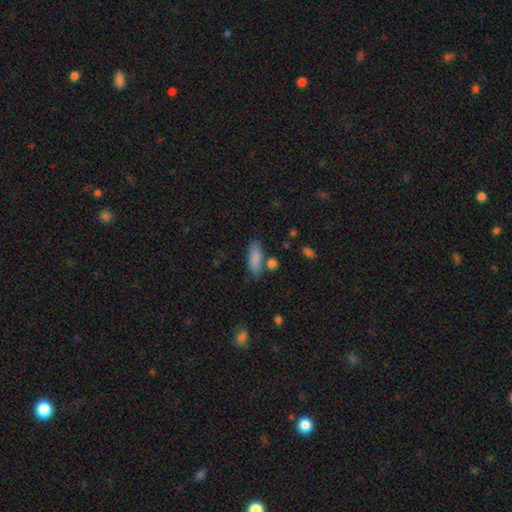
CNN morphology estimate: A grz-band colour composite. It shows a smooth galaxy with no disk features (85%) that is in between round and cigar-shaped (66%). Merging: none (75%).